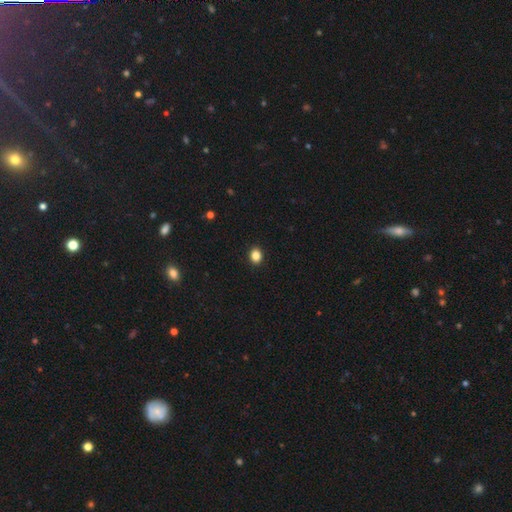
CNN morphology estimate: A smooth galaxy with no disk features (85%) that is round (51%). Merging: none (92%).